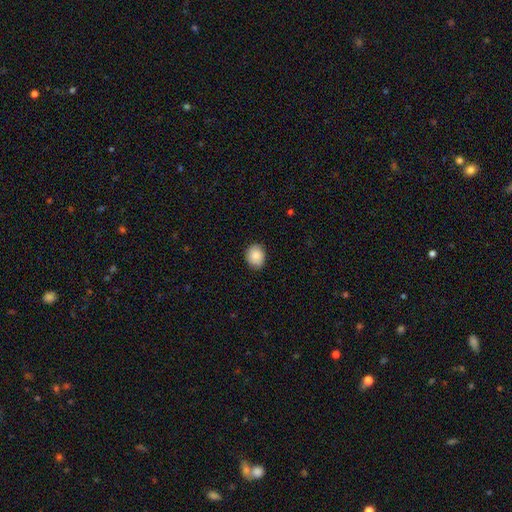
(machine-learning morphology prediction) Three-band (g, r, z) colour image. It shows a smooth galaxy with no disk features (87%) that is round (54%). Merging: none (85%).